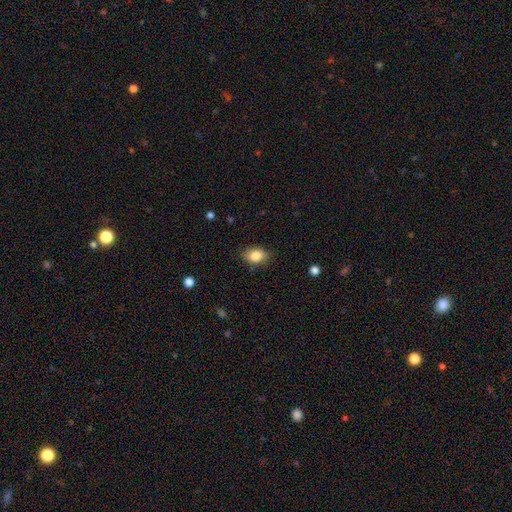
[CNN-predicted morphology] A smooth galaxy with no disk features (85%) that is in between round and cigar-shaped (77%). Merging: none (83%).